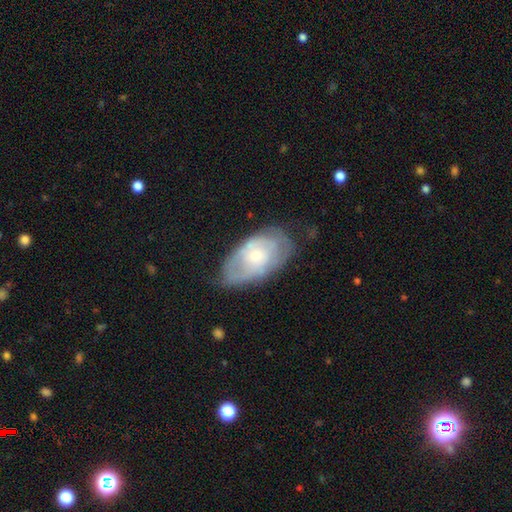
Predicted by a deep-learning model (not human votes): featured or disk 58%, smooth 35%, star or artifact 6%. Down the decision tree: edge-on disk — no (93%); bar — no (80%); spiral arms — yes (61%); bulge size — small (54%); merging — none (60%).